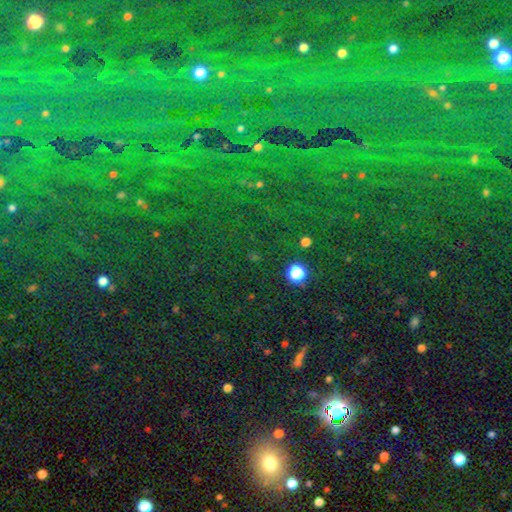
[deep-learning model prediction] This is likely a star or artifact rather than a galaxy (79%).